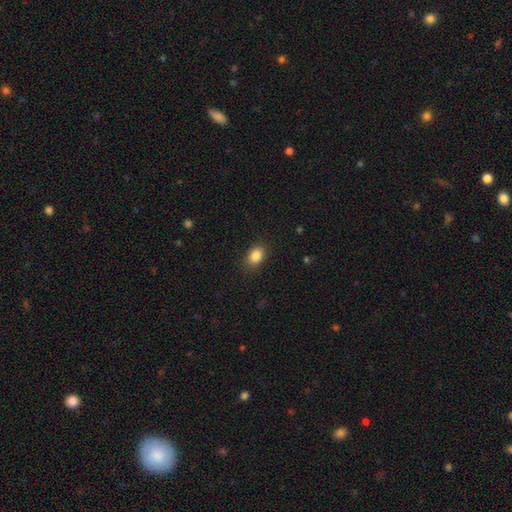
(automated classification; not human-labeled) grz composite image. It shows a smooth galaxy with no disk features (86%) that is in between round and cigar-shaped (73%). Merging: none (85%).